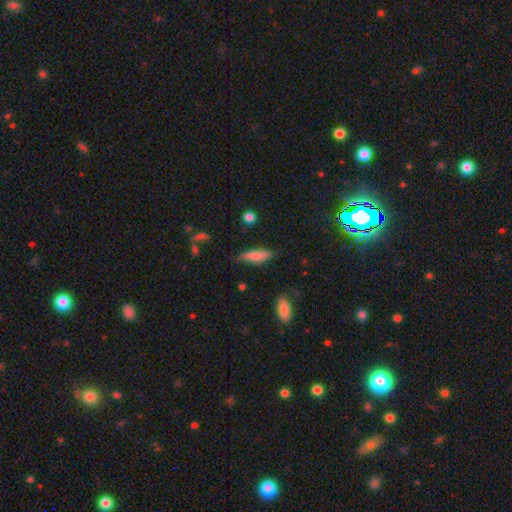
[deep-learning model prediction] A smooth galaxy with no disk features (79%) that is cigar-shaped (51%).

Vote fractions:
- Smooth or featured? smooth: 79% / featured or disk: 15% / star or artifact: 7%
- How rounded? cigar-shaped: 51% / in between: 47% / round: 2%
- Merging? none: 69% / minor disturbance: 24% / major disturbance: 5% / merger: 2%